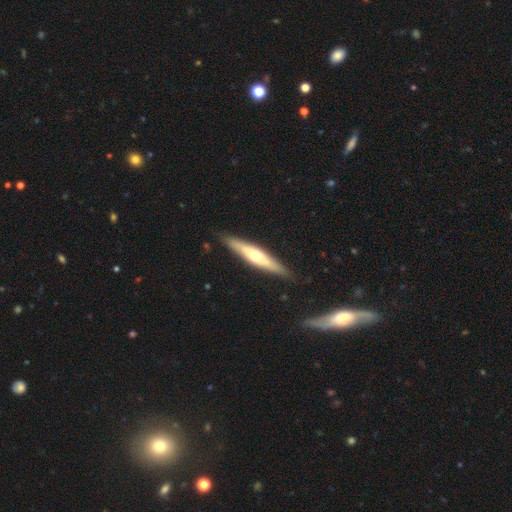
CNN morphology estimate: smooth_or_featured: featured or disk (p=0.59) [alt: smooth p=0.36]
disk_edge_on: yes (p=0.91) [alt: no p=0.09]
edge_on_bulge: rounded (p=0.85) [alt: none p=0.09]
merging: none (p=0.87) [alt: minor disturbance p=0.09]